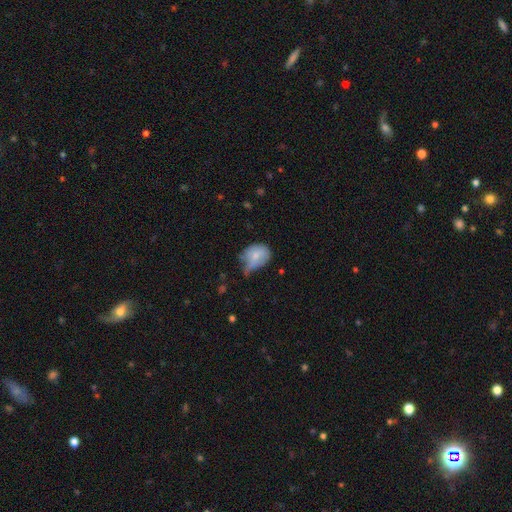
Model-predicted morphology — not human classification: smooth_or_featured: smooth (p=0.71) [alt: featured or disk p=0.20]
how_rounded: in between (p=0.58) [alt: round p=0.41]
merging: minor disturbance (p=0.43) [alt: major disturbance p=0.27]